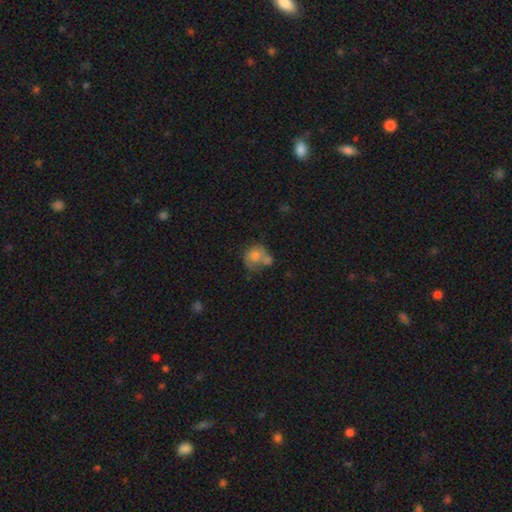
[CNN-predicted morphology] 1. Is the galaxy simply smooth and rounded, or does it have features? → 65% smooth, 24% featured or disk, 11% star or artifact.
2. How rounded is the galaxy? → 69% round, 30% in between, 1% cigar-shaped.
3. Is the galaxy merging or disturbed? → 40% merger, 33% none, 17% minor disturbance, 10% major disturbance.